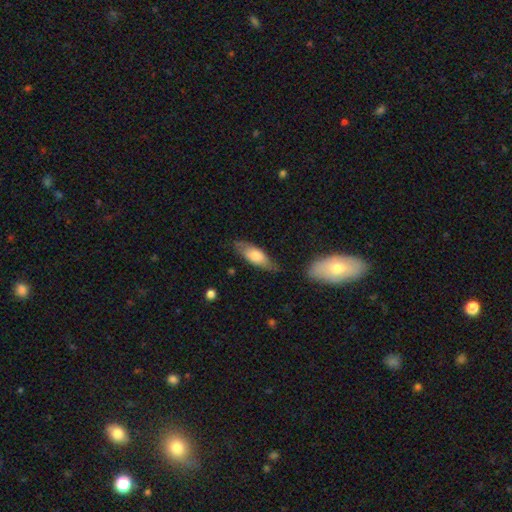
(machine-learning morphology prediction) A smooth galaxy with no disk features (67%) that is in between round and cigar-shaped (63%).

Vote fractions:
- Smooth or featured? smooth: 67% / featured or disk: 28% / star or artifact: 6%
- How rounded? in between: 63% / cigar-shaped: 35% / round: 2%
- Merging? none: 74% / minor disturbance: 19% / major disturbance: 5% / merger: 2%